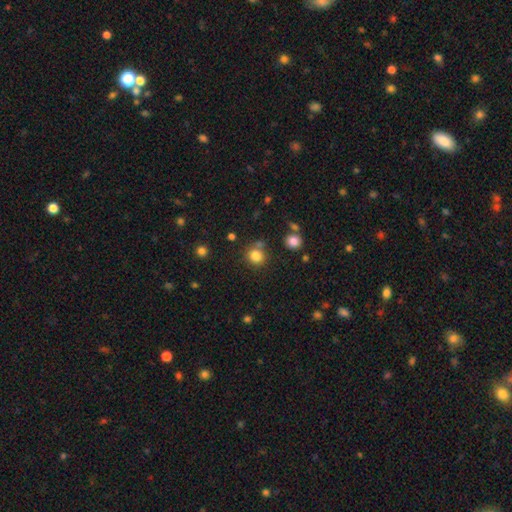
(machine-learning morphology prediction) type=smooth (82%); roundness=round (87%); merging=none (74%).